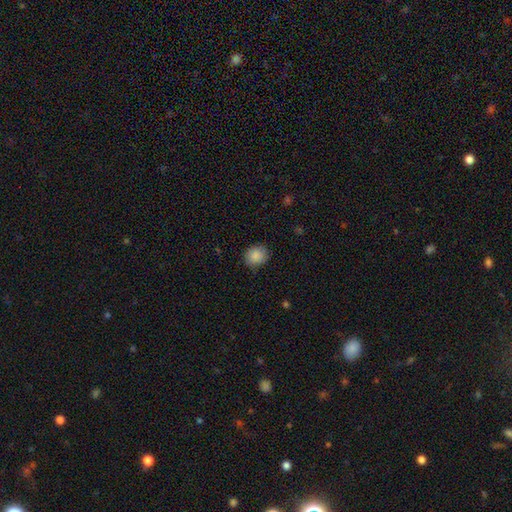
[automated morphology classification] A smooth galaxy with no disk features (88%) that is round (74%).

Vote fractions:
- Smooth or featured? smooth: 88% / star or artifact: 8% / featured or disk: 4%
- How rounded? round: 74% / in between: 25% / cigar-shaped: 1%
- Merging? none: 83% / minor disturbance: 13% / major disturbance: 3% / merger: 1%